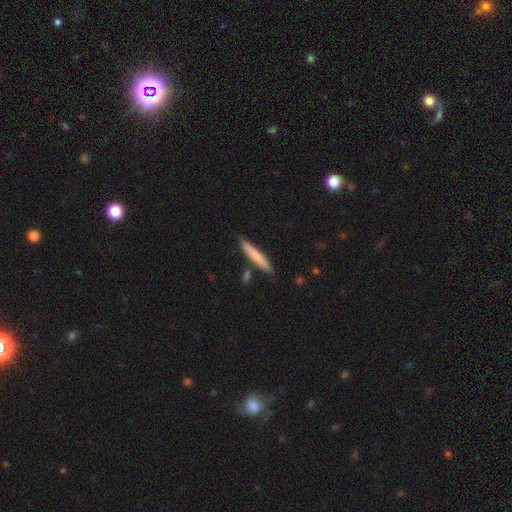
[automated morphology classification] Smooth or featured?
  - smooth: 74% *
  - featured or disk: 21%
  - star or artifact: 5%
How rounded?
  - cigar-shaped: 94% *
  - in between: 5%
  - round: 1%
Merging?
  - none: 84% *
  - minor disturbance: 10%
  - merger: 5%
  - major disturbance: 2%